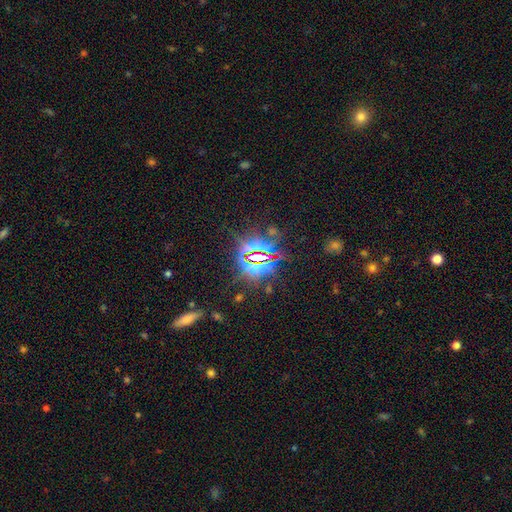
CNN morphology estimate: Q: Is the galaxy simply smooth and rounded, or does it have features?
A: star or artifact — 82%.